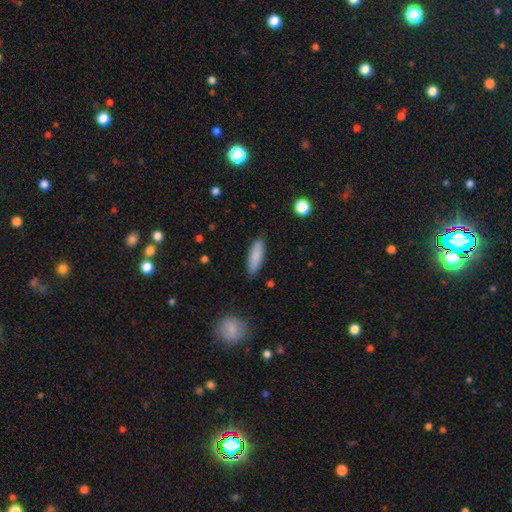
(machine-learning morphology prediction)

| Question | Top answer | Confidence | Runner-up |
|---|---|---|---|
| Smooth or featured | smooth | 86% | featured or disk (8%) |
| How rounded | in between | 51% | cigar-shaped (47%) |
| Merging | none | 86% | minor disturbance (11%) |